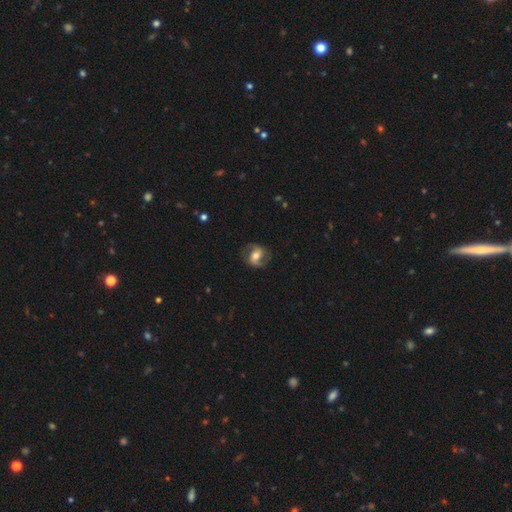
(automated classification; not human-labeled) Smooth or featured? featured or disk (57%)
Edge-on disk? no (96%)
Bar? weak (37%)
Spiral arms? yes (81%)
Bulge size? moderate (67%)
Merging? none (76%)